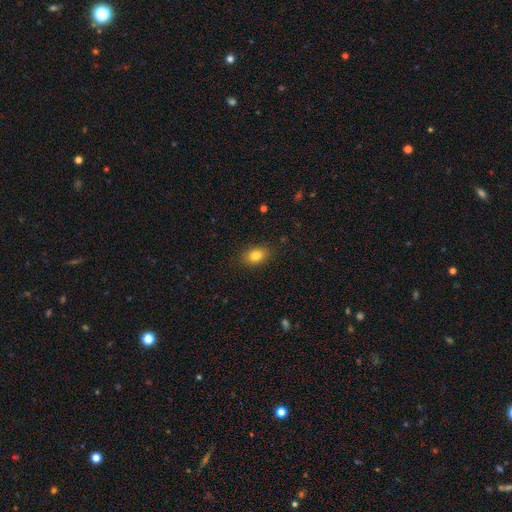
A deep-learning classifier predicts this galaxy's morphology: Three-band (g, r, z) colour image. It shows a smooth galaxy with no disk features (83%) that is in between round and cigar-shaped (79%). Merging: none (87%).